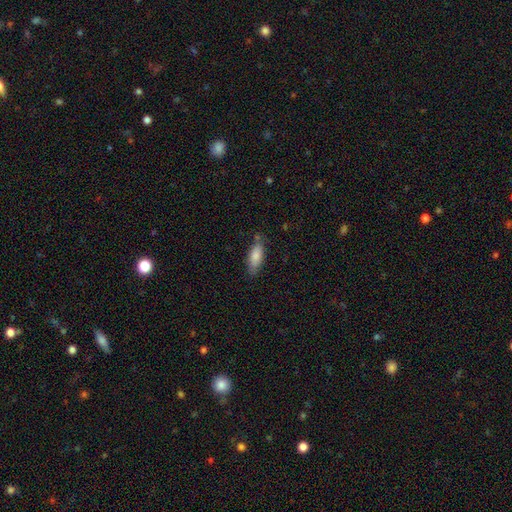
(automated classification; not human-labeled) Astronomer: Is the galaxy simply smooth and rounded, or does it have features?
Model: smooth — 84%.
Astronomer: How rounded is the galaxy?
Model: in between — 69%.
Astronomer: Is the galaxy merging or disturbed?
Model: none — 73%.